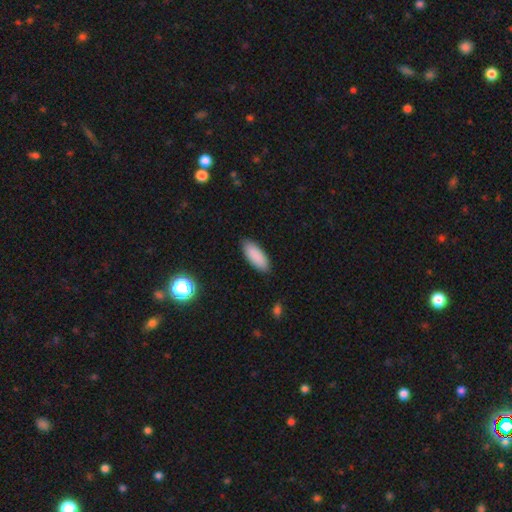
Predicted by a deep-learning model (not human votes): Q: Smooth or featured?
A: smooth (89%); runner-up: star or artifact (6%)
Q: How rounded?
A: in between (80%); runner-up: cigar-shaped (19%)
Q: Merging?
A: none (87%); runner-up: minor disturbance (10%)